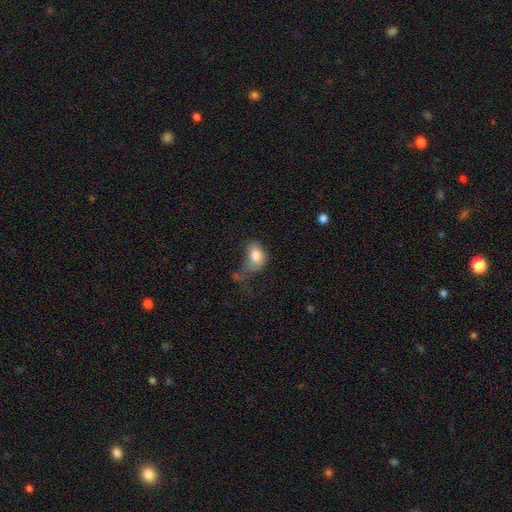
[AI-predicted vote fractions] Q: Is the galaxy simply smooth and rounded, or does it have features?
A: smooth — 79%.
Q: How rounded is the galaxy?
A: in between — 82%.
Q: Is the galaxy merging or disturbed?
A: major disturbance — 42%.